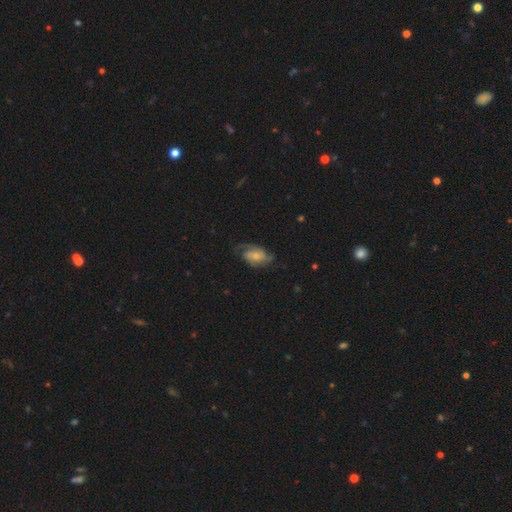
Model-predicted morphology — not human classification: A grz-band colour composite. It shows a featured or disk galaxy (77%) with no bar (56%), 2 (56%) medium (46%) spiral arms (95%) and a small central bulge (45%). Merging: none (64%).